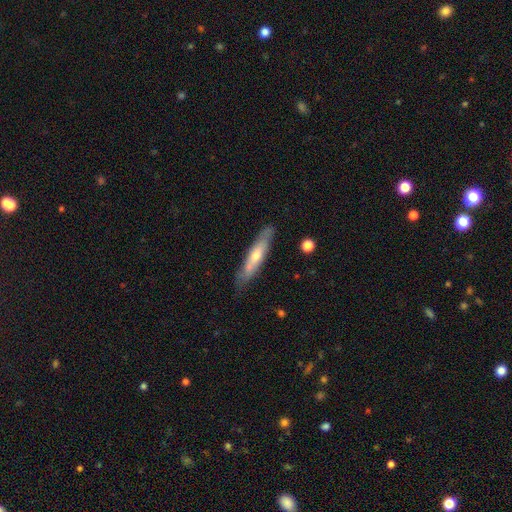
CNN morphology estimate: This is possibly a featured or disk galaxy (48%). Merging: likely none (79%).